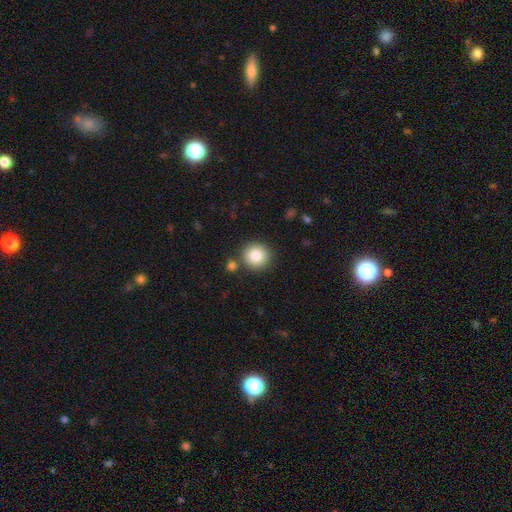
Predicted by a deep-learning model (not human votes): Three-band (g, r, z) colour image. It shows a smooth galaxy with no disk features (85%) that is round (93%). Merging: none (82%).